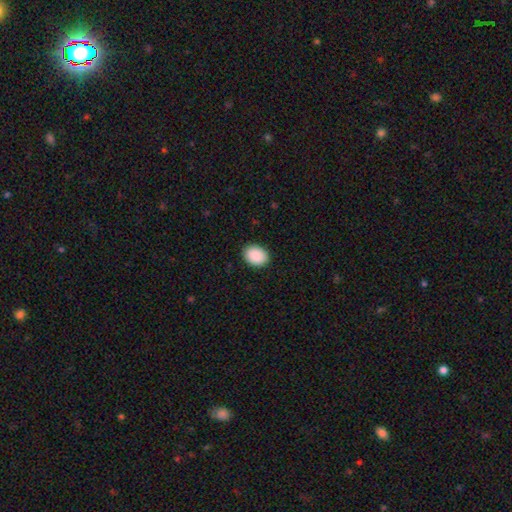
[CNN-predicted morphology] smooth 90%, star or artifact 7%, featured or disk 3%. Down the decision tree: how rounded — in between (66%); merging — none (90%).